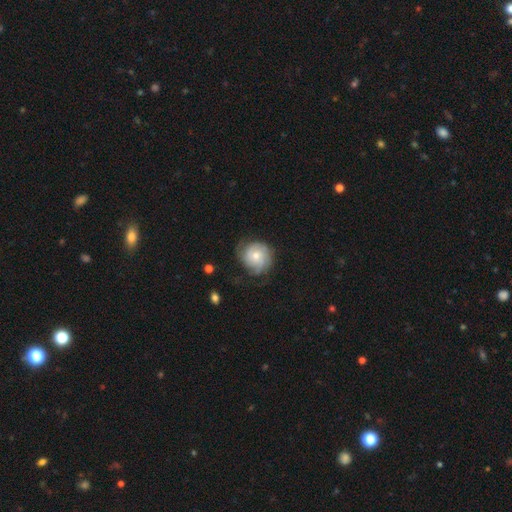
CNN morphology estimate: Overall: featured or disk (61%; smooth 32%). Edge-on disk: no (98%). Bar: no (78%). Spiral arms: yes (88%). Spiral arm count: can't tell (38%; 3 23%). Spiral winding: tight (58%; medium 30%). Bulge size: small (50%; moderate 45%). Merging: none (65%).